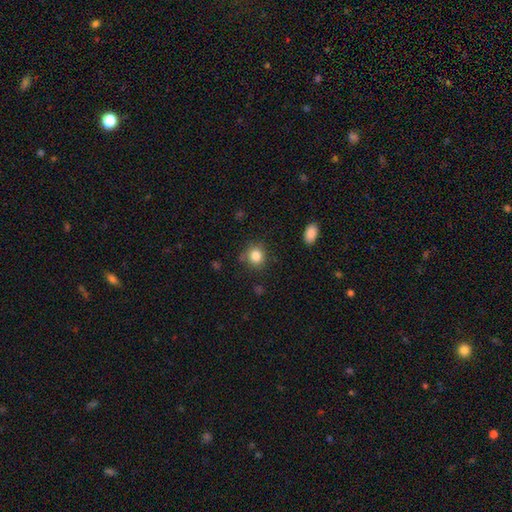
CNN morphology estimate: smooth_or_featured: smooth (p=0.84) [alt: star or artifact p=0.11]
how_rounded: round (p=0.85) [alt: in between p=0.14]
merging: none (p=0.79) [alt: minor disturbance p=0.14]